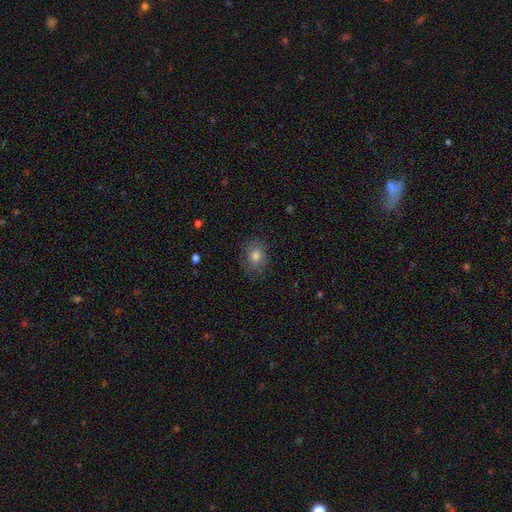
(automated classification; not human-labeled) Smooth or featured?
  - smooth: 77% *
  - star or artifact: 13%
  - featured or disk: 10%
How rounded?
  - round: 60% *
  - in between: 39%
  - cigar-shaped: 1%
Merging?
  - none: 81% *
  - minor disturbance: 14%
  - major disturbance: 4%
  - merger: 1%